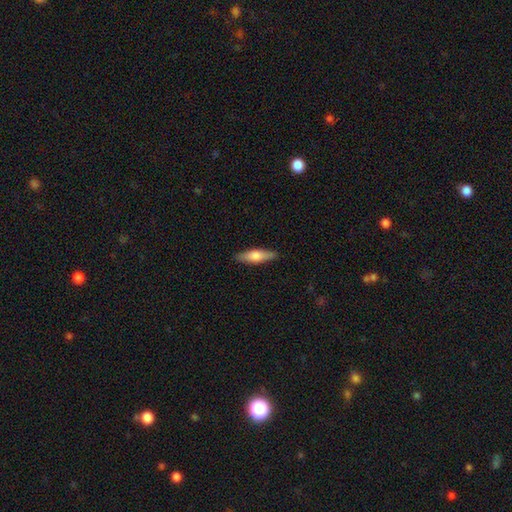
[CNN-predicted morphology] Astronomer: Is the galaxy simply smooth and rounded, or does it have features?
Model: smooth — 60%.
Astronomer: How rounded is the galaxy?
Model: cigar-shaped — 63%.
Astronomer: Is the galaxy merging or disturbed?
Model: none — 88%.